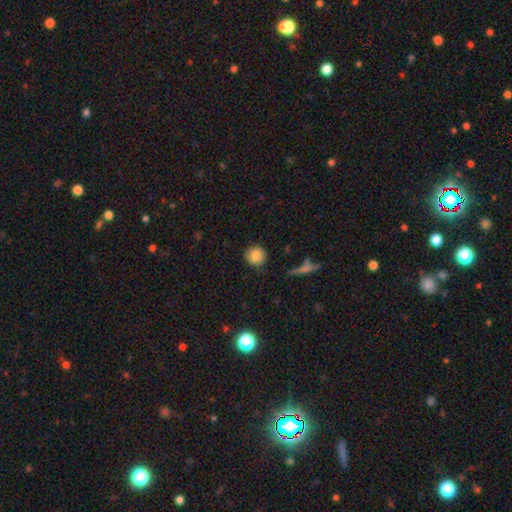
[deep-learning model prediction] smooth-or-featured: smooth: 84% | star or artifact: 9% | featured or disk: 7%
  how-rounded: round: 93% | in between: 6% | cigar-shaped: 1%
  merging: none: 89% | minor disturbance: 8% | major disturbance: 2% | merger: 2%